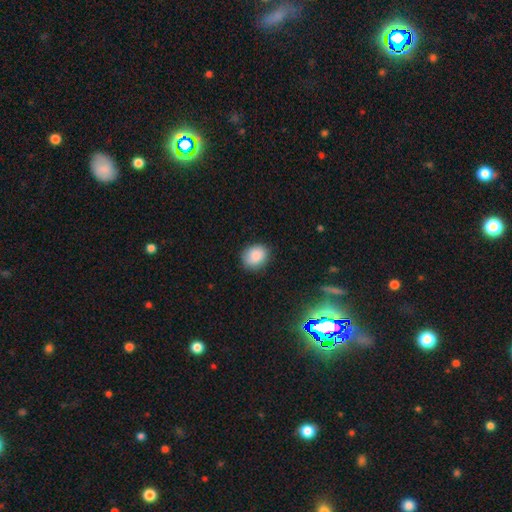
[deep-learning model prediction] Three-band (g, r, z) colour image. It shows a smooth galaxy with no disk features (85%) that is round (60%). Merging: none (83%).